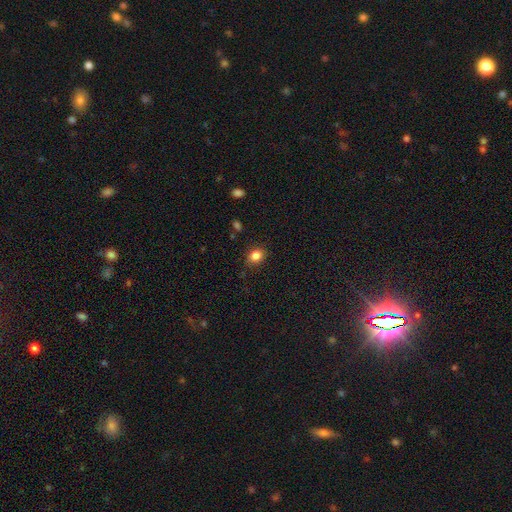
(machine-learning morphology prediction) This appears to be a smooth galaxy with no disk features (84%) that is in between round and cigar-shaped (55%). Merging: none (86%).